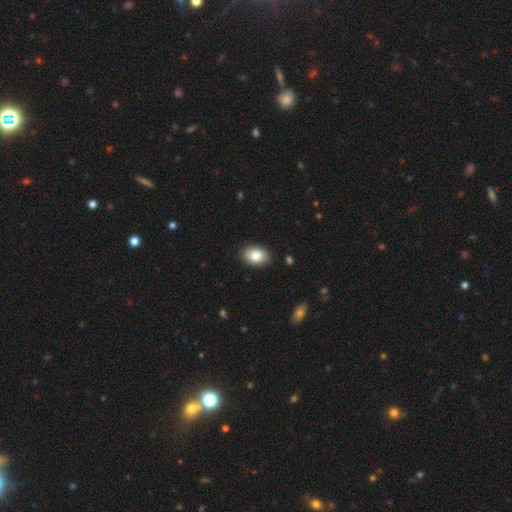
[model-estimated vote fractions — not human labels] Smooth or featured?
  - smooth: 85% *
  - featured or disk: 8%
  - star or artifact: 7%
How rounded?
  - in between: 87% *
  - round: 12%
  - cigar-shaped: 1%
Merging?
  - none: 89% *
  - minor disturbance: 8%
  - major disturbance: 2%
  - merger: 1%